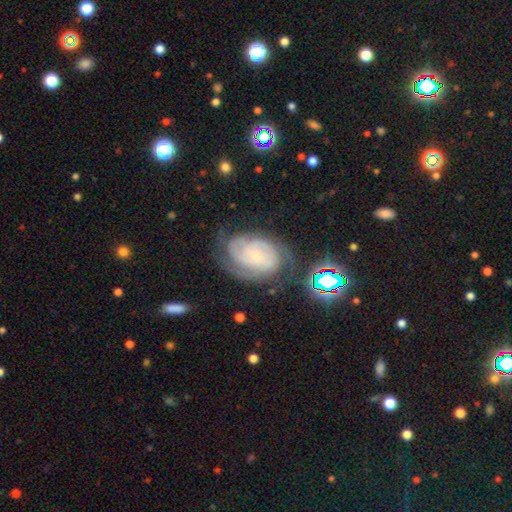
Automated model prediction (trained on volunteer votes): smooth_or_featured: featured or disk (p=0.78) [alt: smooth p=0.14]
disk_edge_on: no (p=0.98) [alt: yes p=0.02]
bar: no (p=0.67) [alt: weak p=0.26]
has_spiral_arms: yes (p=0.95) [alt: no p=0.05]
spiral_winding: tight (p=0.66) [alt: medium p=0.28]
spiral_arm_count: 2 (p=0.39) [alt: can't tell p=0.27]
bulge_size: small (p=0.56) [alt: none p=0.27]
merging: none (p=0.63) [alt: minor disturbance p=0.21]